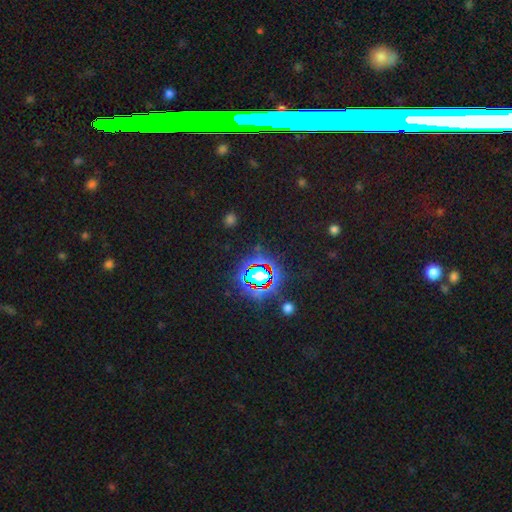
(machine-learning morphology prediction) This appears to be a star or artifact, not a galaxy (76%).